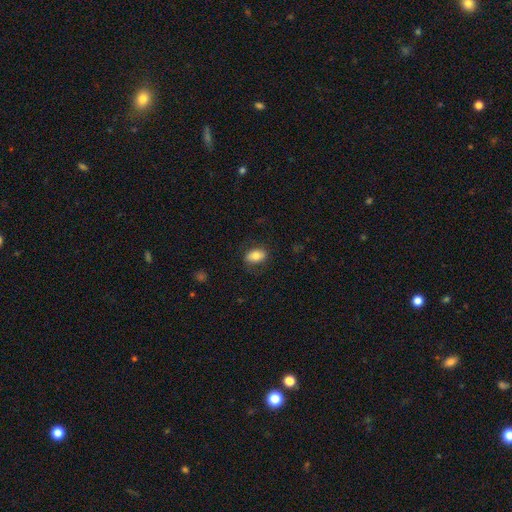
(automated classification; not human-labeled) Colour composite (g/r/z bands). It shows a smooth galaxy with no disk features (80%) that is in between round and cigar-shaped (87%). Merging: none (80%).